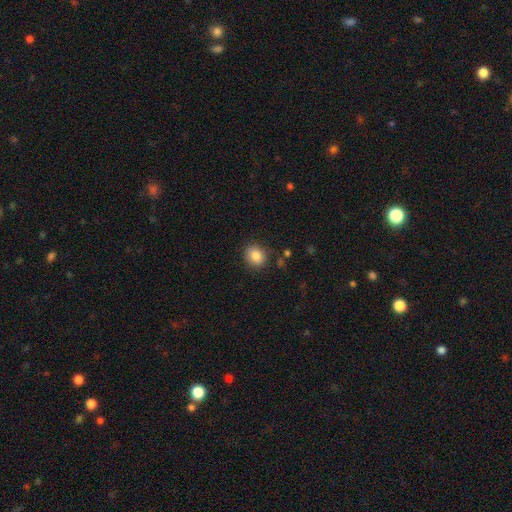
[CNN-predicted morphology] type=smooth (85%); roundness=round (67%); merging=none (85%).